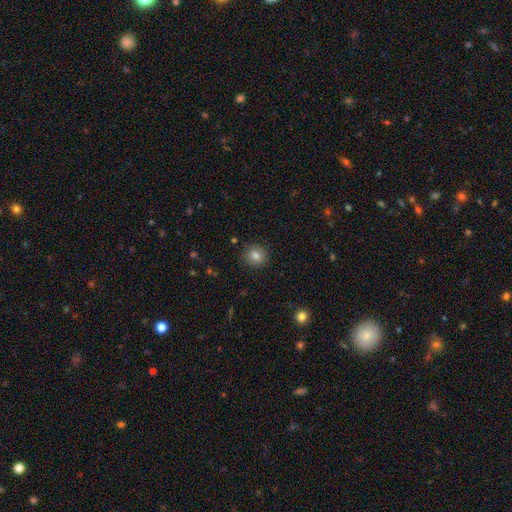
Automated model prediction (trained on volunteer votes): This appears to be a smooth galaxy with no disk features (82%) that is round (88%). Merging: none (89%).